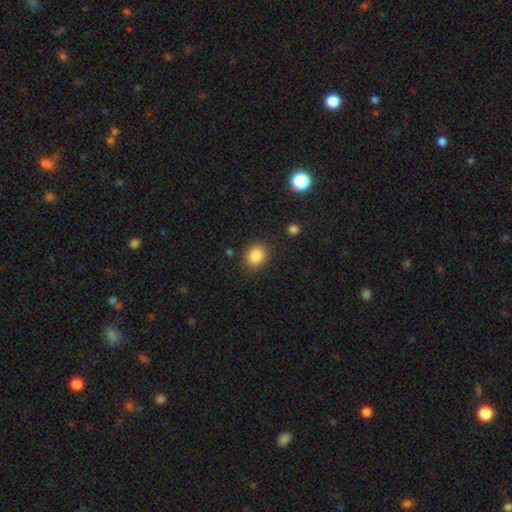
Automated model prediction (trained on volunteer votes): smooth-or-featured: smooth: 86% | star or artifact: 9% | featured or disk: 5%
  how-rounded: round: 60% | in between: 39% | cigar-shaped: 1%
  merging: none: 84% | minor disturbance: 10% | major disturbance: 3% | merger: 2%